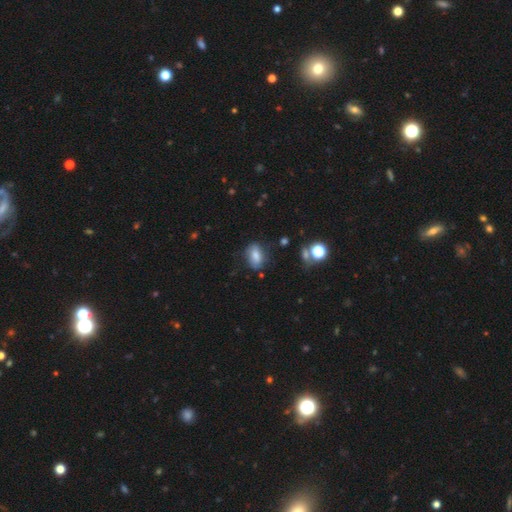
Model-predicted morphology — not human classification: smooth_or_featured: smooth (p=0.74) [alt: featured or disk p=0.16]
how_rounded: in between (p=0.85) [alt: round p=0.11]
merging: none (p=0.68) [alt: minor disturbance p=0.22]